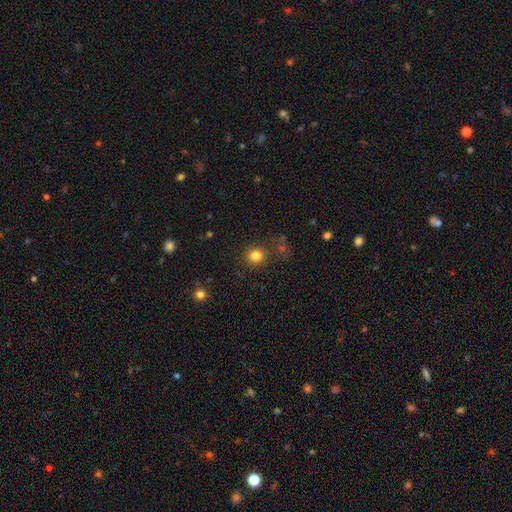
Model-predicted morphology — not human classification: The model was most divided on "smooth or featured": smooth: 81%, star or artifact: 14%, featured or disk: 5%. More confident: how rounded — round (90%); merging — none (83%).